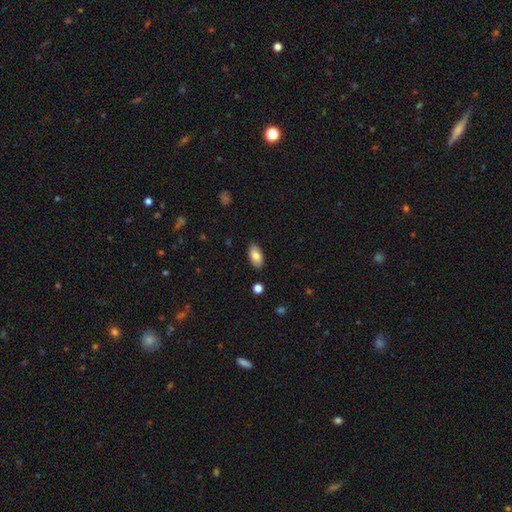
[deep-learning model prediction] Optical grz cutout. It shows a smooth galaxy with no disk features (82%) that is in between round and cigar-shaped (93%). Merging: none (87%).